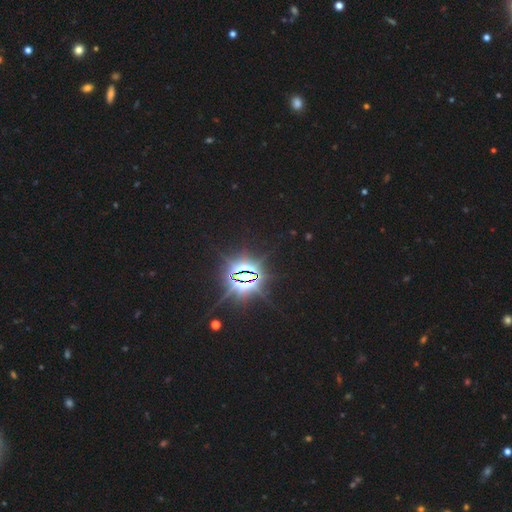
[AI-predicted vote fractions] smooth-or-featured: star or artifact: 87% | smooth: 7% | featured or disk: 6%